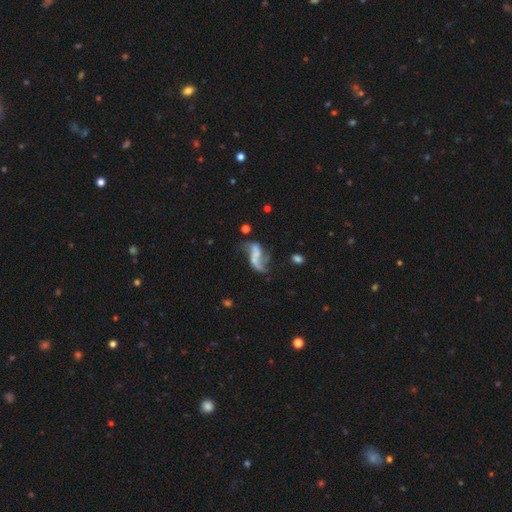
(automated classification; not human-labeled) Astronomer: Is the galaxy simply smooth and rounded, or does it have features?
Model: featured or disk — 64%.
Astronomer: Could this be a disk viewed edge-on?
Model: no — 95%.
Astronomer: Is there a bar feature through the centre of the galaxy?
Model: no — 57%.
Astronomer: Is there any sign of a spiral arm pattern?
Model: yes — 65%.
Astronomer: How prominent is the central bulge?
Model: none — 55%.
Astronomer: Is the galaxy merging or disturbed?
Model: major disturbance — 35% (runner-up: none, 28%).